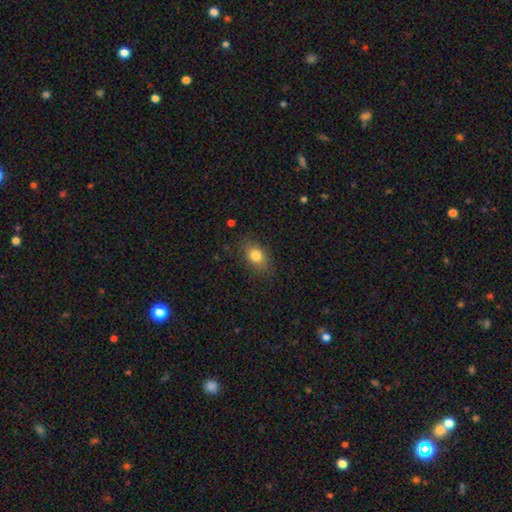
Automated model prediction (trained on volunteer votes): Morphology: type=smooth (80%); roundness=in between (72%); merging=none (80%).